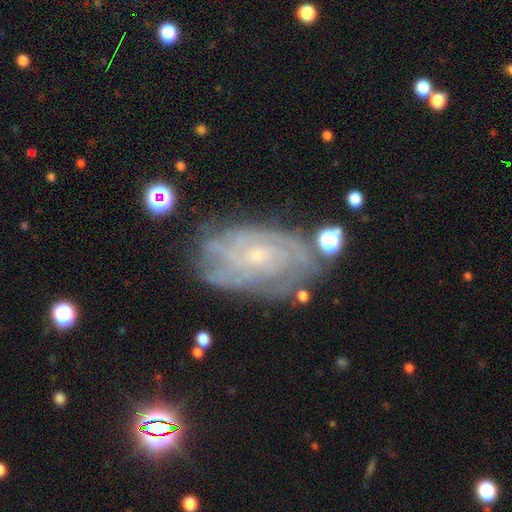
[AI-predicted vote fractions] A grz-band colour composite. It shows a featured or disk galaxy (82%) with no bar (73%), tight (72%) spiral arms (93%) and a small central bulge (78%). Merging: none (73%).